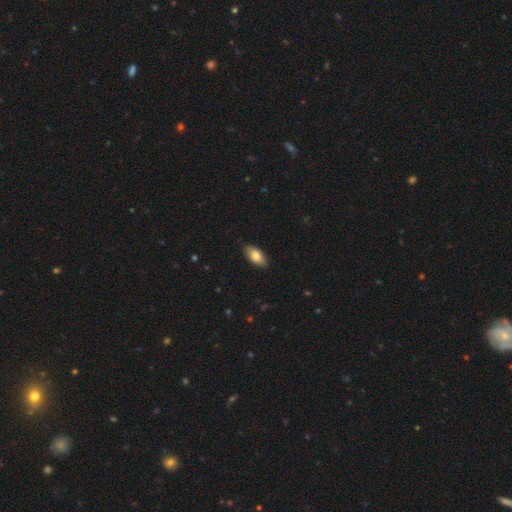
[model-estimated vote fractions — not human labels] smooth_or_featured: smooth (p=0.82) [alt: featured or disk p=0.12]
how_rounded: in between (p=0.91) [alt: cigar-shaped p=0.06]
merging: none (p=0.89) [alt: minor disturbance p=0.08]